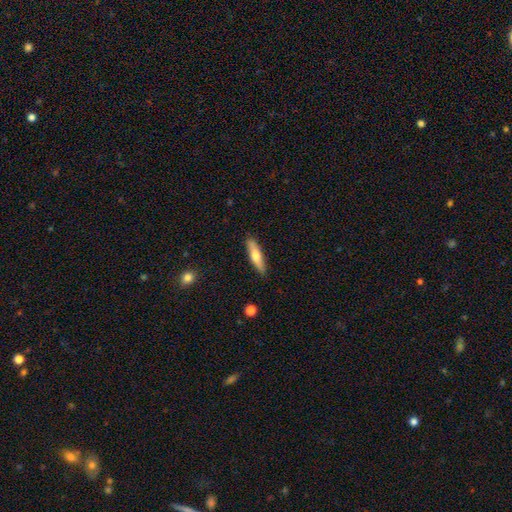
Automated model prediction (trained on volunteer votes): Q: Smooth or featured?
A: smooth (63%); runner-up: featured or disk (32%)
Q: How rounded?
A: cigar-shaped (74%); runner-up: in between (24%)
Q: Merging?
A: none (86%); runner-up: minor disturbance (10%)